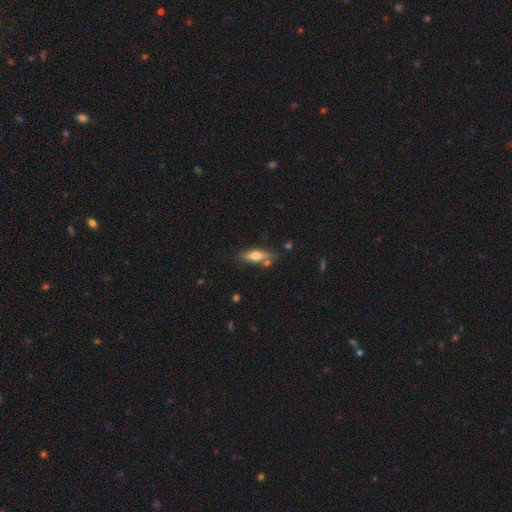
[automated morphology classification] A smooth galaxy with no disk features (60%) that is in between round and cigar-shaped (49%). Merging: none (69%).